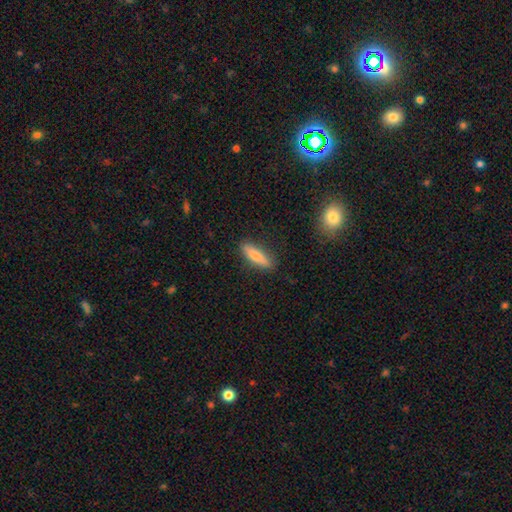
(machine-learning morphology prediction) A smooth galaxy with no disk features (75%) that is cigar-shaped (69%). Merging: none (87%).